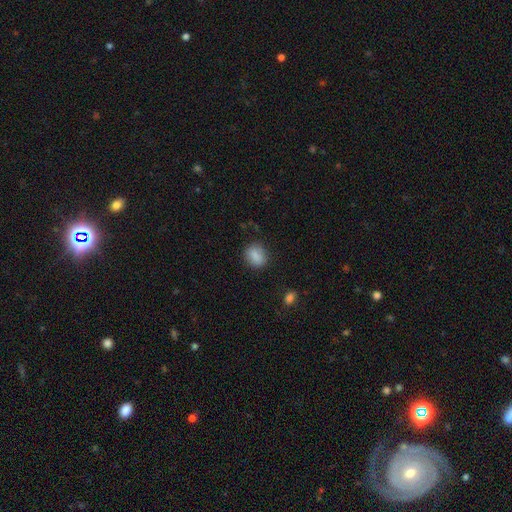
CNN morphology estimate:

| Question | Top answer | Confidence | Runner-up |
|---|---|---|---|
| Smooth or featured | smooth | 84% | star or artifact (8%) |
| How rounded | round | 57% | in between (41%) |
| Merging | none | 81% | minor disturbance (13%) |